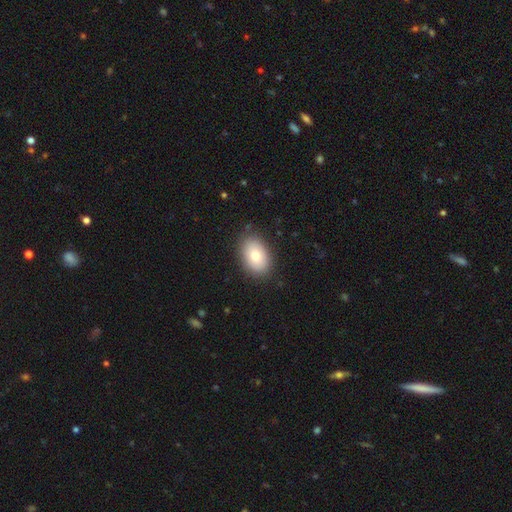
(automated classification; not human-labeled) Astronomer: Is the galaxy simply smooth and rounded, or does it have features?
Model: smooth — 77%.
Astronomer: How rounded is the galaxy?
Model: in between — 86%.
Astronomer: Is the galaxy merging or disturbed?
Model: none — 86%.